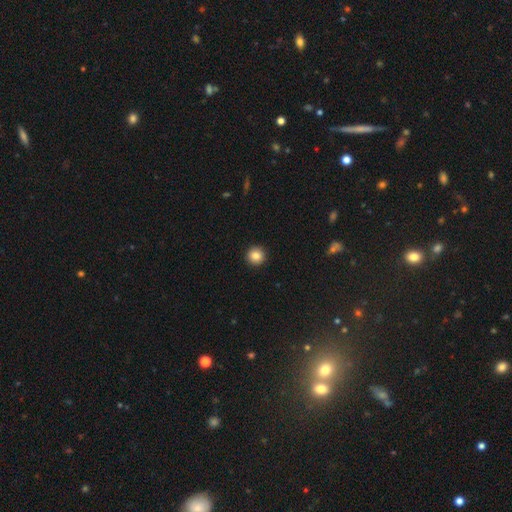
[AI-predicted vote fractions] A smooth galaxy with no disk features (85%) that is round (95%).

Vote fractions:
- Smooth or featured? smooth: 85% / star or artifact: 10% / featured or disk: 5%
- How rounded? round: 95% / in between: 4% / cigar-shaped: 1%
- Merging? none: 93% / minor disturbance: 4% / major disturbance: 2% / merger: 1%